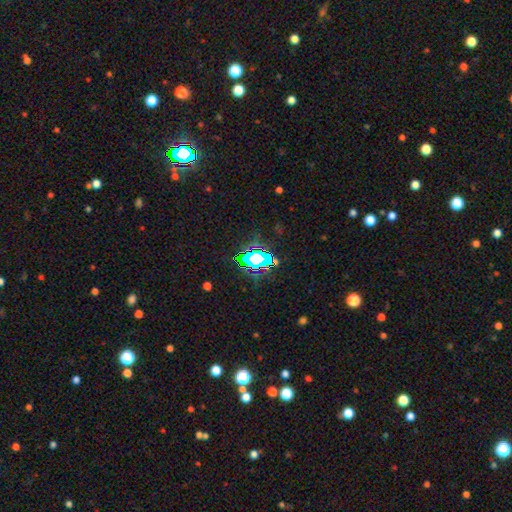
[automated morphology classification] The model was most divided on "smooth or featured": star or artifact: 59%, smooth: 27%, featured or disk: 14%.